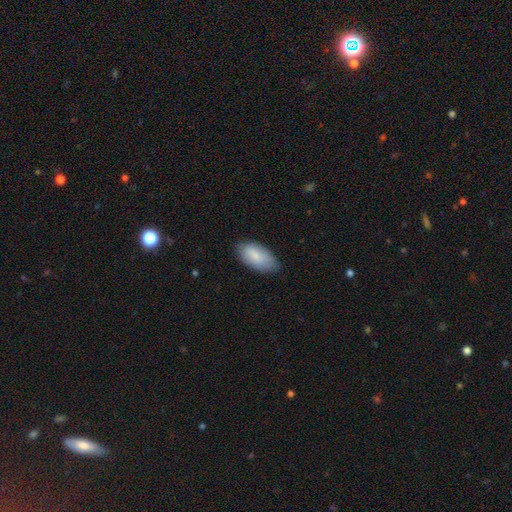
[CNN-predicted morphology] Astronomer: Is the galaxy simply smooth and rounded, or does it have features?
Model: smooth — 81%.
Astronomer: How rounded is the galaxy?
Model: in between — 93%.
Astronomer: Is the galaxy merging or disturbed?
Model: none — 74%.